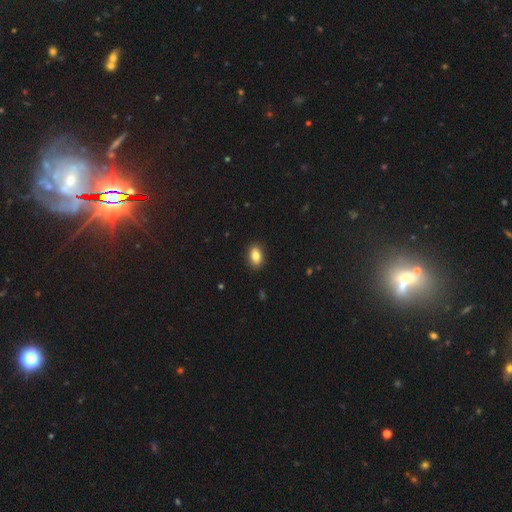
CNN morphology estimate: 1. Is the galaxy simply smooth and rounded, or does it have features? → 84% smooth, 8% star or artifact, 8% featured or disk.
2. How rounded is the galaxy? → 87% in between, 11% round, 3% cigar-shaped.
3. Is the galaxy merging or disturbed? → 89% none, 8% minor disturbance, 2% major disturbance, 1% merger.